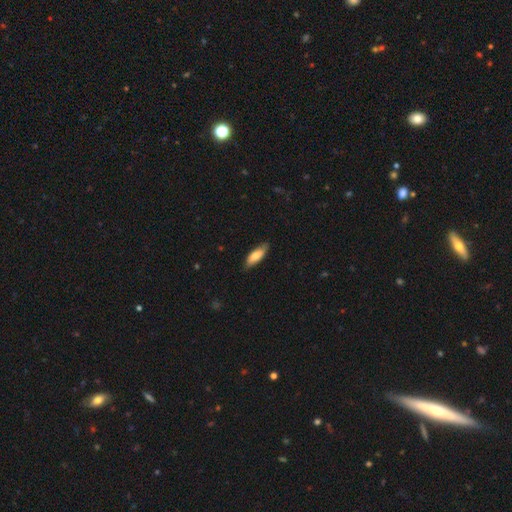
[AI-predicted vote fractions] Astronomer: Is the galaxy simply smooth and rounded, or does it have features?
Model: smooth — 76%.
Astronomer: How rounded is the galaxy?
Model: in between — 62%.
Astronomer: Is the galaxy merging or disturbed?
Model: none — 79%.